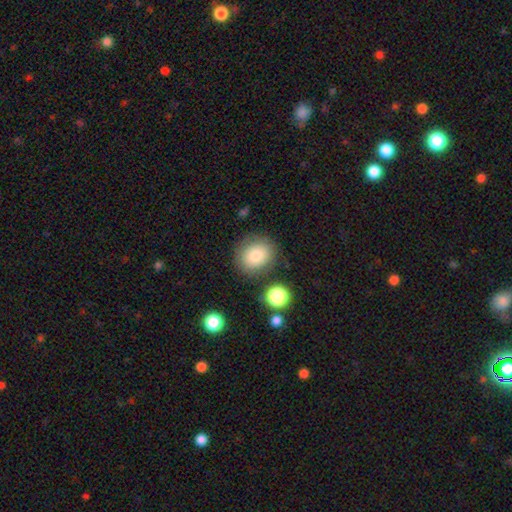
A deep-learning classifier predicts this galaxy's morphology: Smooth or featured? smooth (80%)
How rounded? round (71%)
Merging? none (81%)